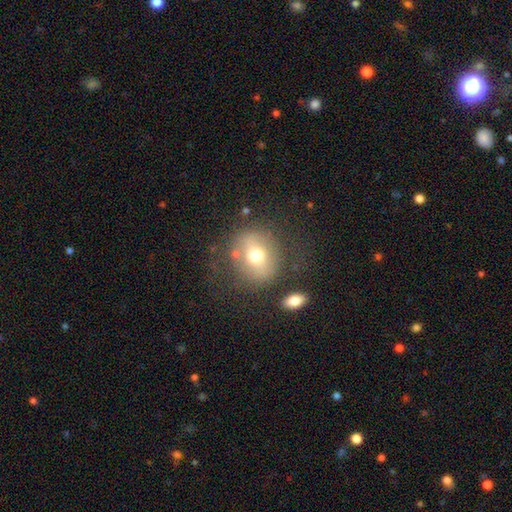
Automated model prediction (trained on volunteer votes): This is possibly a smooth galaxy (58%). How rounded: likely round (72%). Merging: likely none (73%).